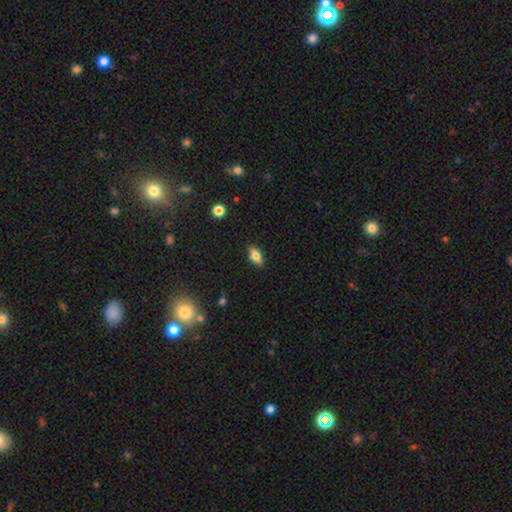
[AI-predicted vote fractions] Smooth or featured?
  - smooth: 78% *
  - featured or disk: 14%
  - star or artifact: 9%
How rounded?
  - in between: 86% *
  - cigar-shaped: 9%
  - round: 5%
Merging?
  - none: 87% *
  - minor disturbance: 9%
  - major disturbance: 2%
  - merger: 1%